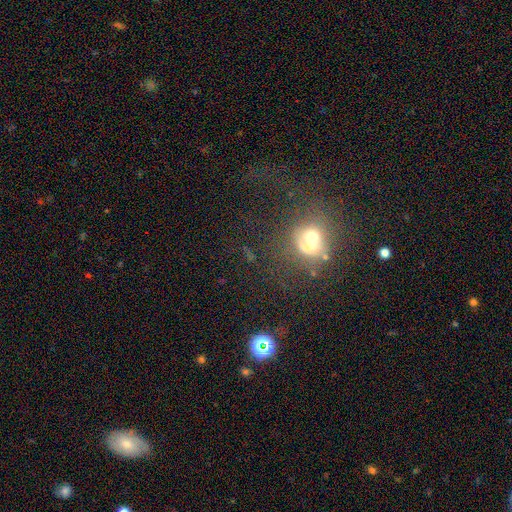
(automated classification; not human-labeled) Smooth or featured?
  - smooth: 43% *
  - star or artifact: 38%
  - featured or disk: 19%
Merging?
  - none: 42% *
  - major disturbance: 24%
  - merger: 20%
  - minor disturbance: 15%